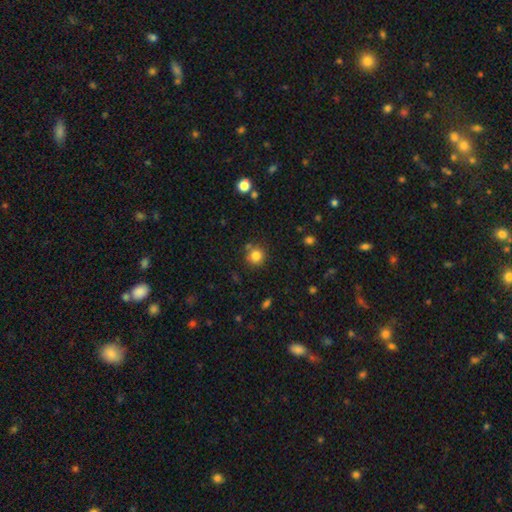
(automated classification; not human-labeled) smooth-or-featured: smooth: 82% | star or artifact: 12% | featured or disk: 6%
  how-rounded: round: 93% | in between: 7% | cigar-shaped: 1%
  merging: none: 80% | minor disturbance: 10% | merger: 8% | major disturbance: 3%